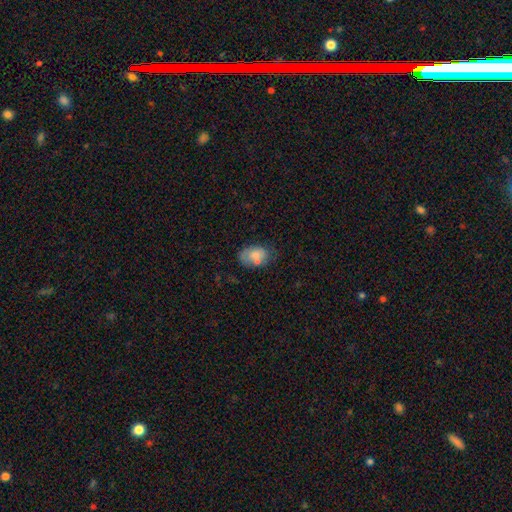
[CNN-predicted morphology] Q: Smooth or featured?
A: smooth (72%); runner-up: featured or disk (19%)
Q: How rounded?
A: in between (85%); runner-up: round (13%)
Q: Merging?
A: none (51%); runner-up: minor disturbance (25%)